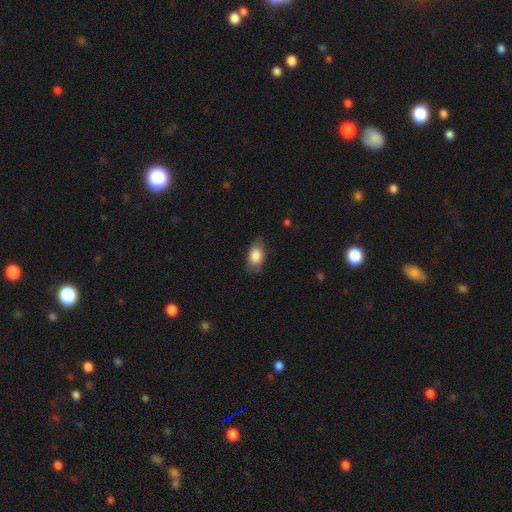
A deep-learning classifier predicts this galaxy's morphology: Overall: smooth (84%). How rounded: in between (88%). Merging: none (74%).